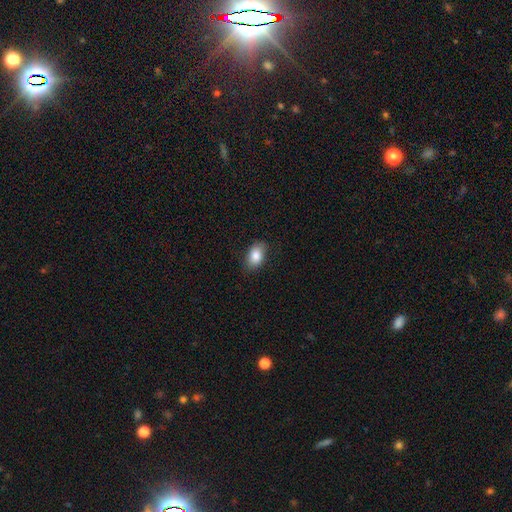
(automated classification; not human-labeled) smooth-or-featured: smooth: 85% | star or artifact: 8% | featured or disk: 8%
  how-rounded: in between: 87% | round: 12% | cigar-shaped: 2%
  merging: none: 81% | minor disturbance: 15% | major disturbance: 3% | merger: 1%